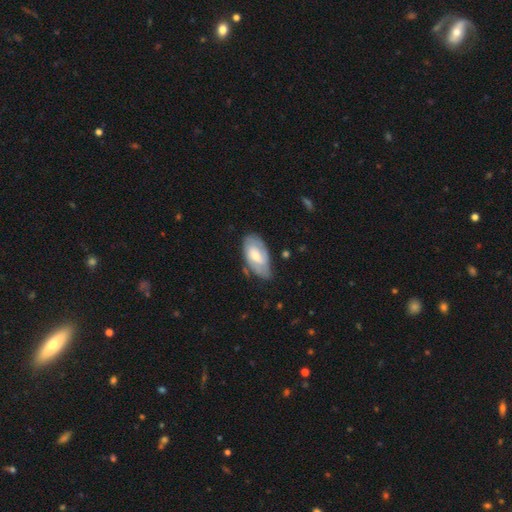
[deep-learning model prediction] This is possibly a featured or disk galaxy (58%). It is clearly not viewed edge-on (93%). Bar: possibly weak (46%). Spiral arm pattern: likely yes (80%). Central bulge: possibly moderate (52%). Merging: likely none (64%).